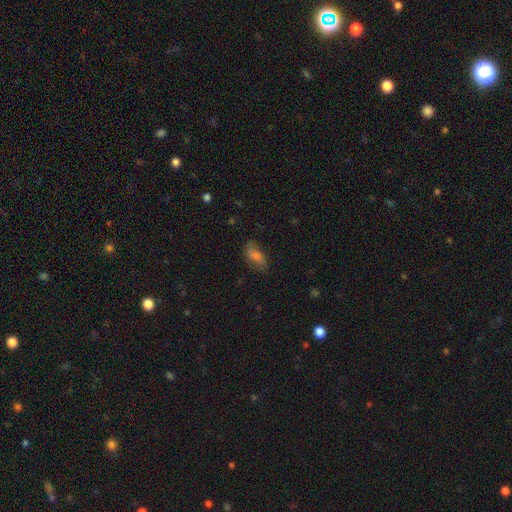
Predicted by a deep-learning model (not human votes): smooth-or-featured: smooth: 64% | featured or disk: 24% | star or artifact: 12%
  how-rounded: in between: 85% | cigar-shaped: 10% | round: 5%
  merging: none: 72% | minor disturbance: 20% | major disturbance: 7% | merger: 1%